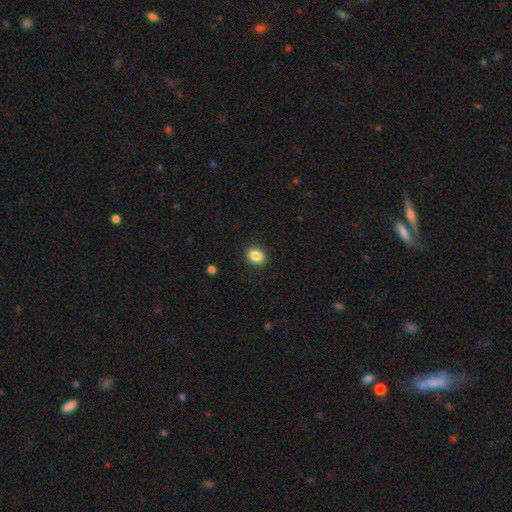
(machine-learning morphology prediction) The model was most divided on "how rounded": in between: 64%, round: 35%, cigar-shaped: 1%. More confident: merging — none (90%); smooth or featured — smooth (87%).